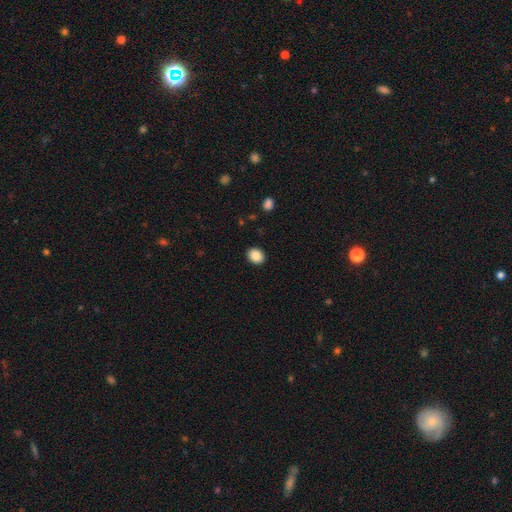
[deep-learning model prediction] Smooth or featured? Predicted: smooth (p=0.88). How rounded? Predicted: round (p=0.57). Merging? Predicted: none (p=0.91).